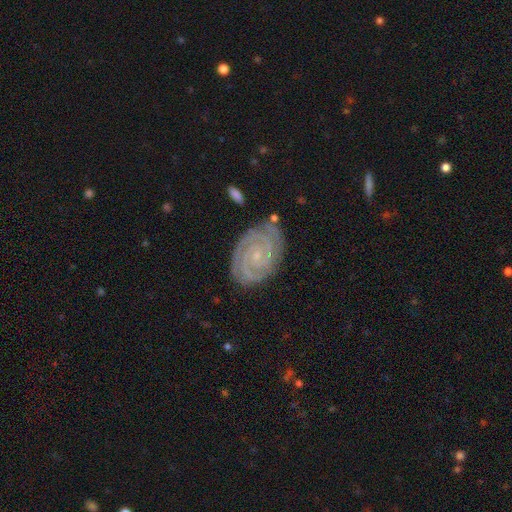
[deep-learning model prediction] Overall: featured or disk (87%). Edge-on disk: no (97%). Bar: no (66%). Spiral arms: yes (98%). Spiral arm count: 2 (57%; 3 18%). Spiral winding: tight (84%). Bulge size: small (81%). Merging: none (82%).